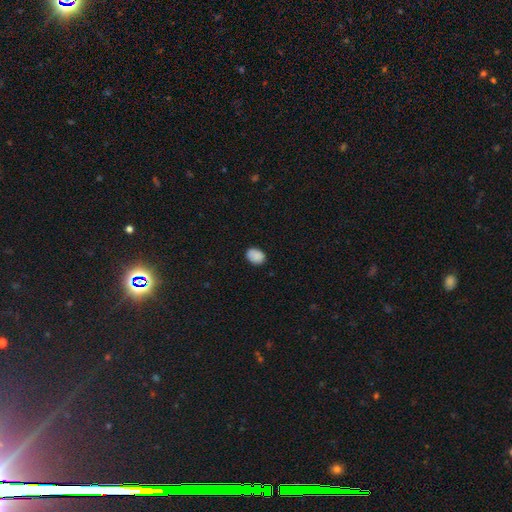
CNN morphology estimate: smooth-or-featured: smooth: 88% | star or artifact: 8% | featured or disk: 4%
  how-rounded: in between: 71% | round: 28% | cigar-shaped: 1%
  merging: none: 82% | minor disturbance: 14% | major disturbance: 2% | merger: 1%